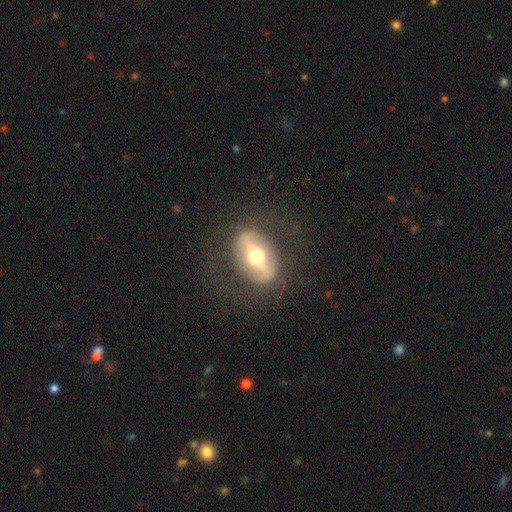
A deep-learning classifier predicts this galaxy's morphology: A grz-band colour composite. It shows a featured or disk galaxy (65%) with a strong bar (64%), no spiral arms (76%) and a moderate central bulge (70%). Merging: none (77%).